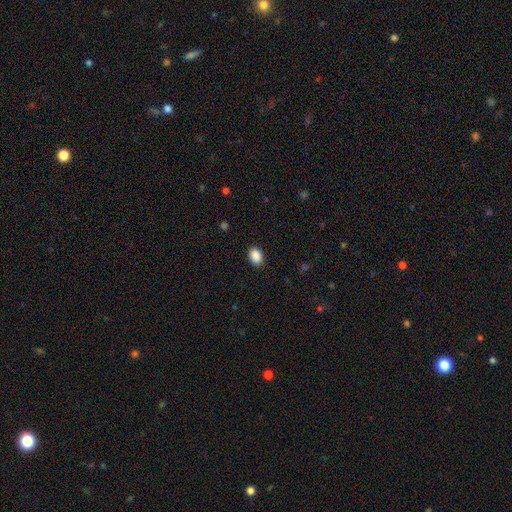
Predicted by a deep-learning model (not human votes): Morphology: type=smooth (90%); roundness=in between (71%); merging=none (89%).